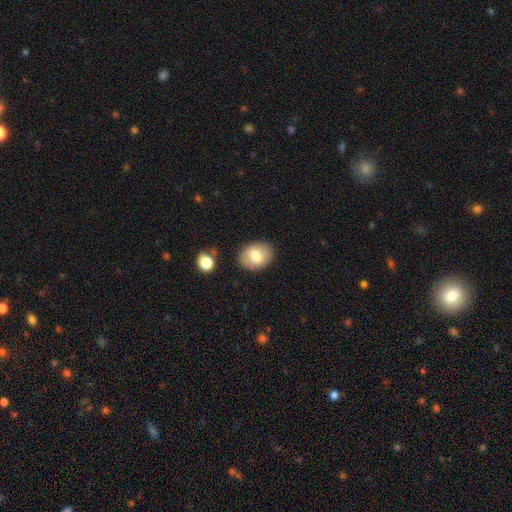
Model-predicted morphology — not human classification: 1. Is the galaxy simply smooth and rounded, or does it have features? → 76% smooth, 16% featured or disk, 8% star or artifact.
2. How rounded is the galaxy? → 65% in between, 35% round, 1% cigar-shaped.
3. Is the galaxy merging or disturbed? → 83% none, 12% minor disturbance, 3% major disturbance, 3% merger.